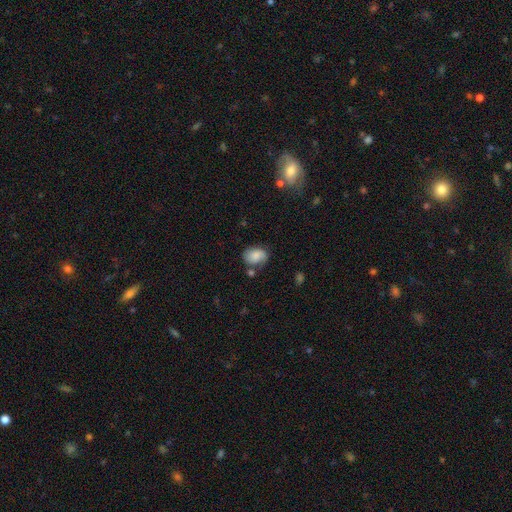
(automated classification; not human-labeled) A smooth galaxy with no disk features (70%) that is in between round and cigar-shaped (71%). Merging: none (56%).